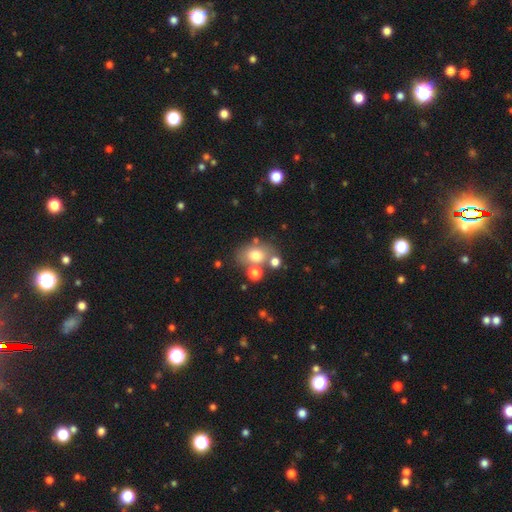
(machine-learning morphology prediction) Smooth or featured? Predicted: smooth (p=0.71). How rounded? Predicted: in between (p=0.61). Merging? Predicted: none (p=0.62).